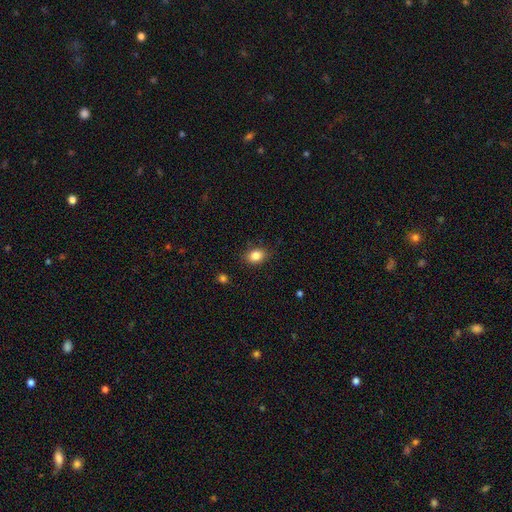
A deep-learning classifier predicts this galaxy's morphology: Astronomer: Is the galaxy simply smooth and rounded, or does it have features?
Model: smooth — 84%.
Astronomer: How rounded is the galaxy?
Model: in between — 65%.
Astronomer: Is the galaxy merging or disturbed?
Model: none — 83%.